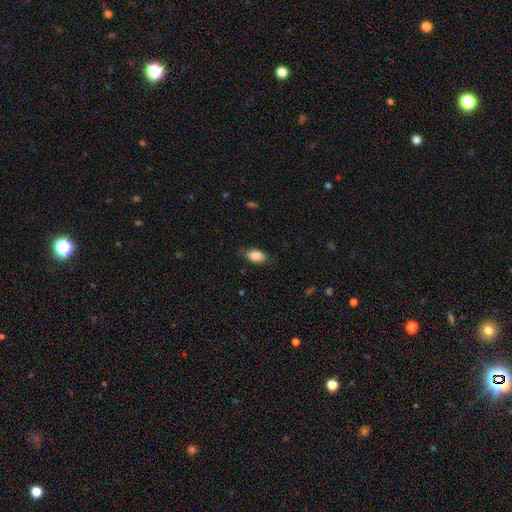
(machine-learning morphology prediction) The model was most divided on "merging": none: 76%, minor disturbance: 19%, major disturbance: 4%, merger: 1%. More confident: how rounded — in between (89%); smooth or featured — smooth (85%).